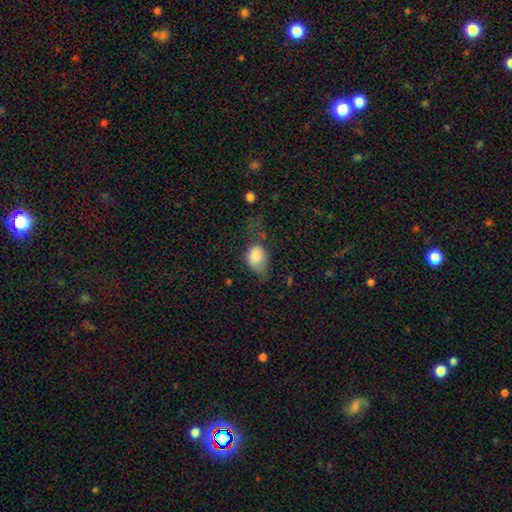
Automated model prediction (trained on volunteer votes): Morphology: type=smooth (80%); roundness=in between (64%); merging=major disturbance (37%).